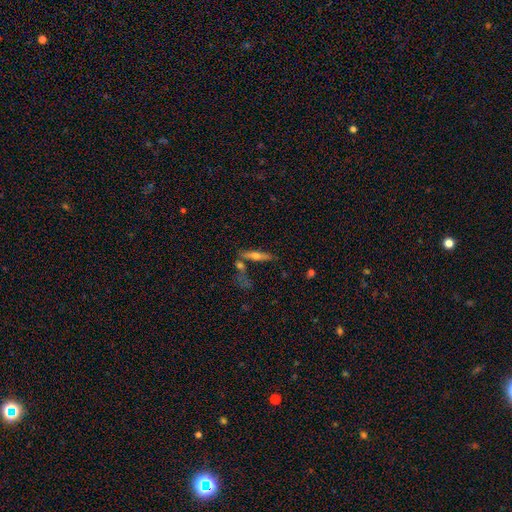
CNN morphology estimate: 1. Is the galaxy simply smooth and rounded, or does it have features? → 49% featured or disk, 43% smooth, 7% star or artifact.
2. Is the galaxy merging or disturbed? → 63% none, 19% merger, 13% minor disturbance, 6% major disturbance.